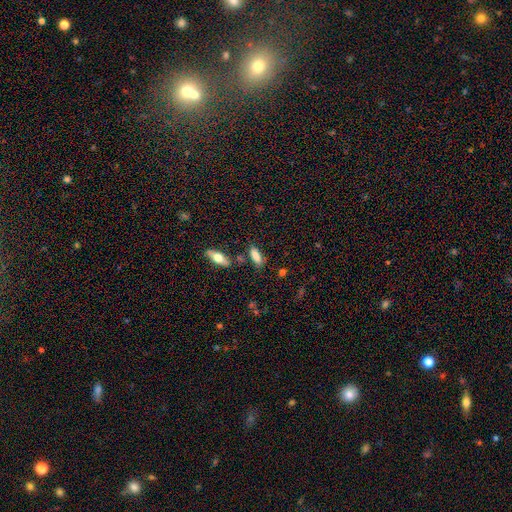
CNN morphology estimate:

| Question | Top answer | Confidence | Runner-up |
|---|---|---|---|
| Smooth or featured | smooth | 80% | featured or disk (12%) |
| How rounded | in between | 66% | cigar-shaped (31%) |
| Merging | none | 73% | minor disturbance (15%) |